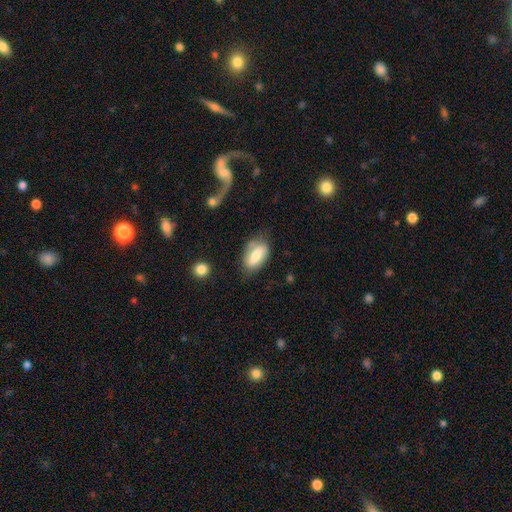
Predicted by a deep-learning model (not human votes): smooth-or-featured: smooth: 59% | featured or disk: 34% | star or artifact: 7%
  how-rounded: in between: 88% | cigar-shaped: 6% | round: 6%
  merging: none: 63% | minor disturbance: 25% | major disturbance: 8% | merger: 4%